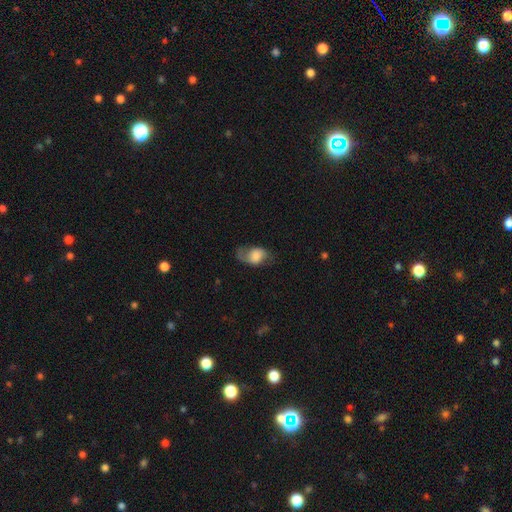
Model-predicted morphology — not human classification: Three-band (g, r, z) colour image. It shows a smooth galaxy with no disk features (61%) that is in between round and cigar-shaped (79%). Merging: none (47%).